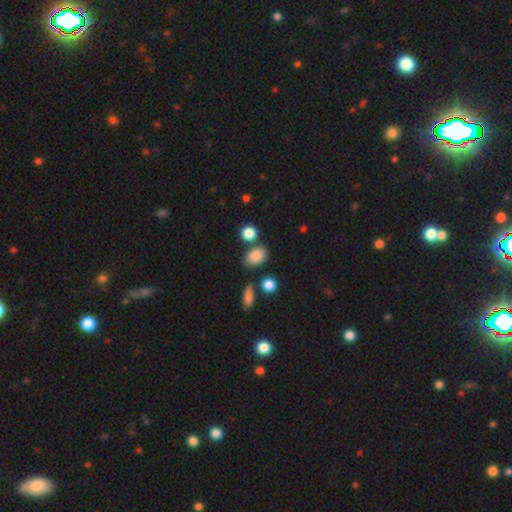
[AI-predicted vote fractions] Q: Smooth or featured?
A: smooth (85%); runner-up: star or artifact (9%)
Q: How rounded?
A: in between (78%); runner-up: round (21%)
Q: Merging?
A: none (68%); runner-up: minor disturbance (15%)